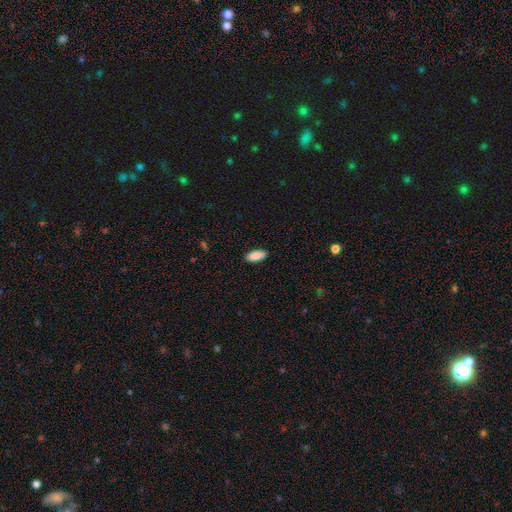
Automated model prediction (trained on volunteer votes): This is clearly a smooth galaxy (88%). How rounded: clearly in between (84%). Merging: clearly none (87%).